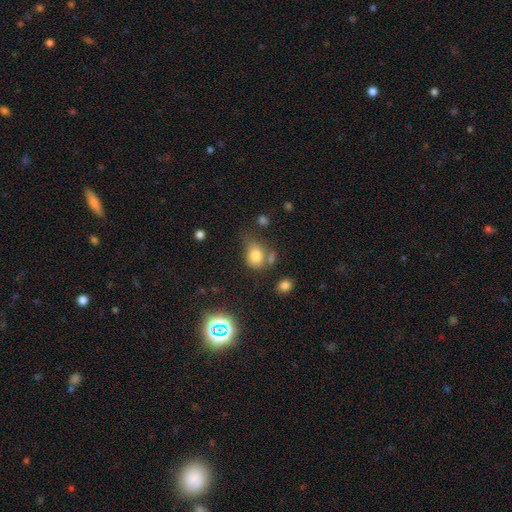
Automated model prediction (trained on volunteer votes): This is likely a smooth galaxy (78%). How rounded: possibly in between (51%). Merging: possibly none (45%).